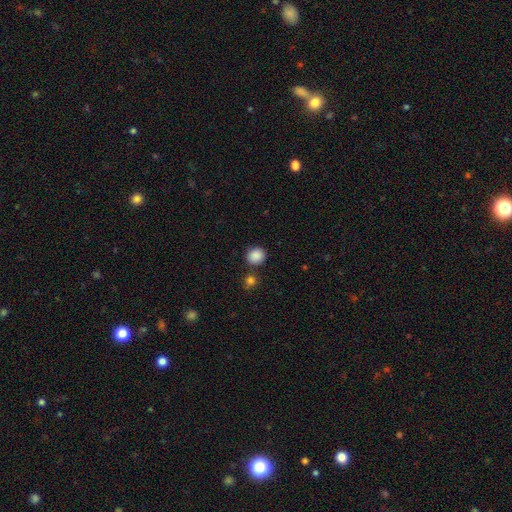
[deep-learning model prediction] Smooth or featured? smooth (87%)
How rounded? round (82%)
Merging? none (81%)